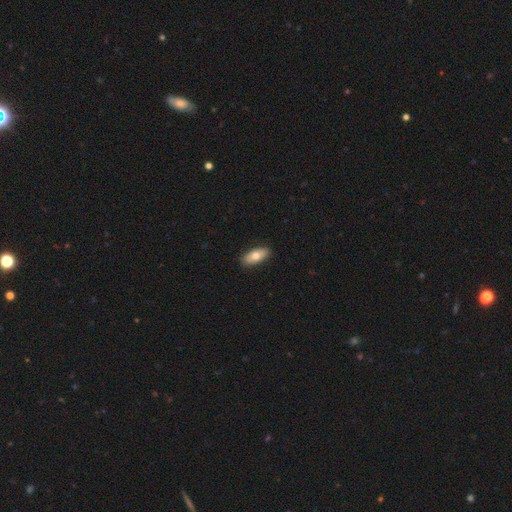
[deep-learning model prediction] Morphology: type=smooth (72%); roundness=in between (88%); merging=none (89%).